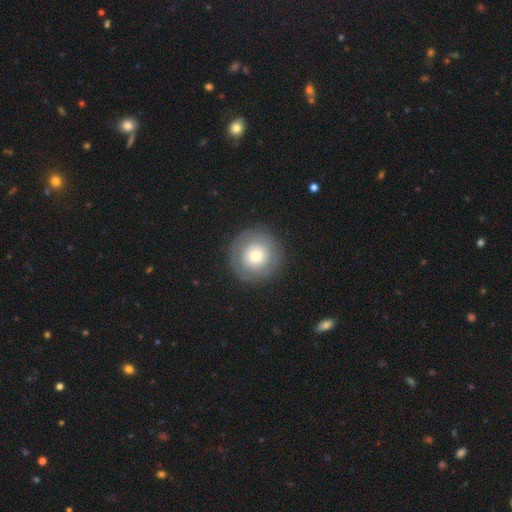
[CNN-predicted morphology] Overall: smooth (60%; featured or disk 32%). How rounded: round (95%). Merging: none (87%).